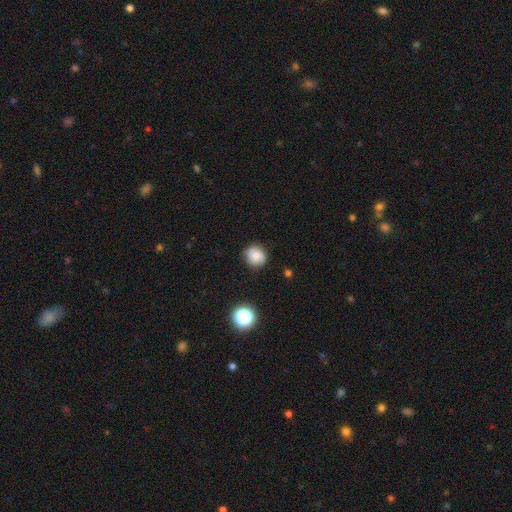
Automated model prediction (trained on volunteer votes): A smooth galaxy with no disk features (79%) that is round (88%).

Vote fractions:
- Smooth or featured? smooth: 79% / star or artifact: 11% / featured or disk: 10%
- How rounded? round: 88% / in between: 11% / cigar-shaped: 1%
- Merging? none: 83% / minor disturbance: 13% / major disturbance: 3% / merger: 1%